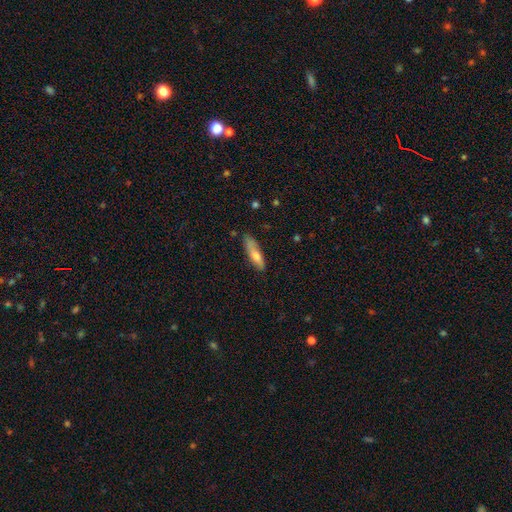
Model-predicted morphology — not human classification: Smooth or featured: smooth — 68% (featured or disk — 26%)
How rounded: cigar-shaped — 71% (in between — 28%)
Merging: none — 73% (minor disturbance — 21%)